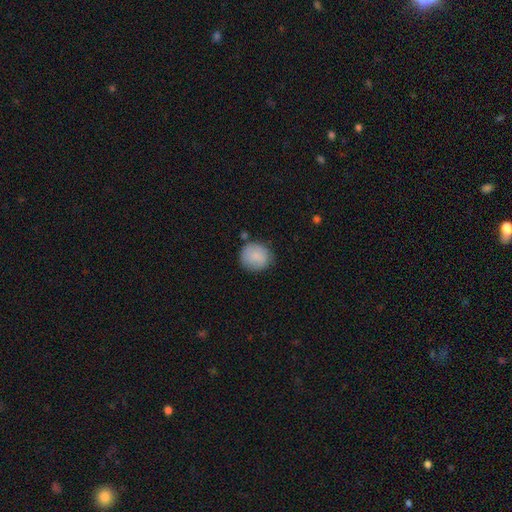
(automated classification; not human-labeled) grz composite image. It shows a smooth galaxy with no disk features (86%) that is round (88%). Merging: none (76%).